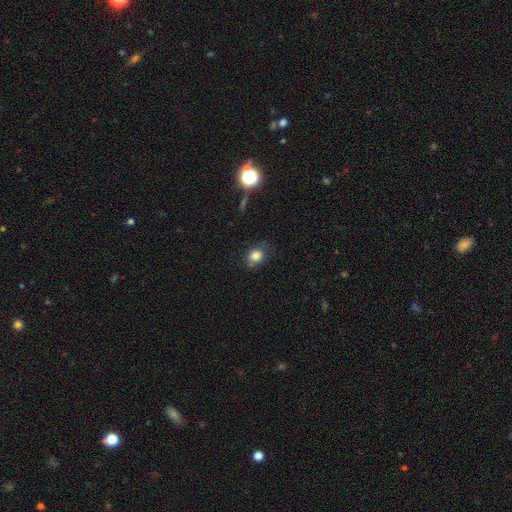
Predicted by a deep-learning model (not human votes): Smooth or featured: smooth — 81% (star or artifact — 12%)
How rounded: round — 68% (in between — 30%)
Merging: none — 69% (minor disturbance — 21%)